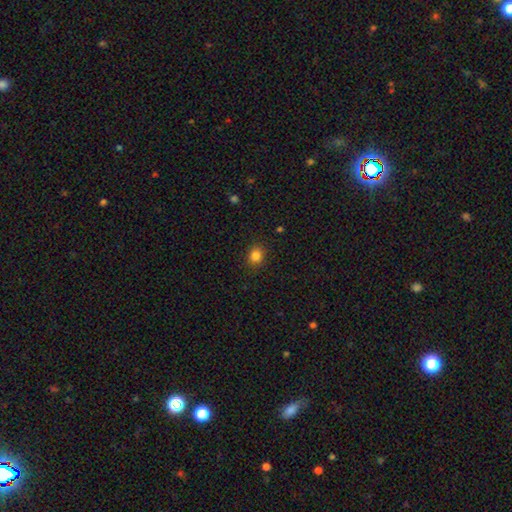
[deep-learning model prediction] Smooth or featured? Predicted: smooth (p=0.84). How rounded? Predicted: round (p=0.70). Merging? Predicted: none (p=0.89).